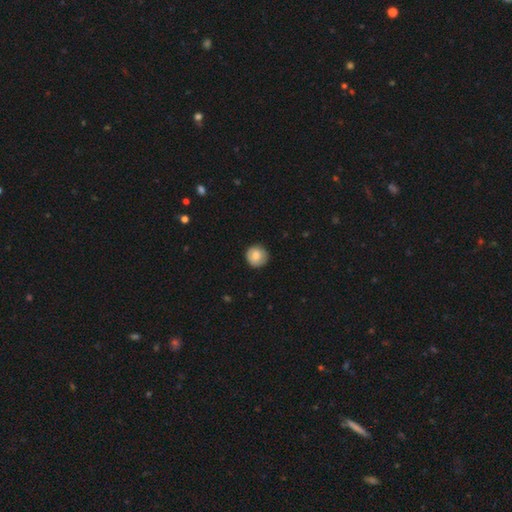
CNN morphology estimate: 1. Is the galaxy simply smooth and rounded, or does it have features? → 81% smooth, 11% featured or disk, 7% star or artifact.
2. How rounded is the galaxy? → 94% round, 6% in between, 1% cigar-shaped.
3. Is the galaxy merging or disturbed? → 86% none, 11% minor disturbance, 2% major disturbance, 1% merger.